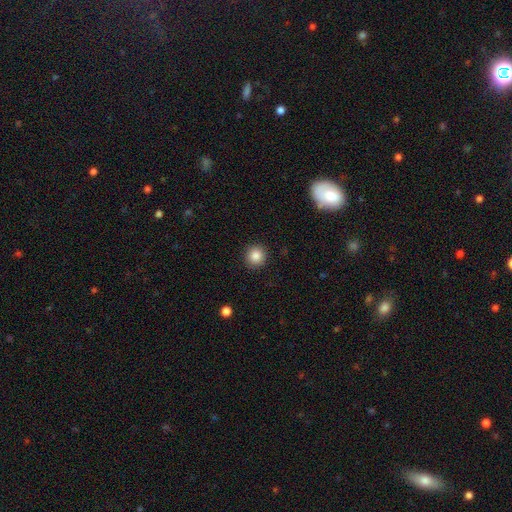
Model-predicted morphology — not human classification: Q: Smooth or featured?
A: smooth (86%); runner-up: star or artifact (10%)
Q: How rounded?
A: round (93%); runner-up: in between (6%)
Q: Merging?
A: none (91%); runner-up: minor disturbance (6%)